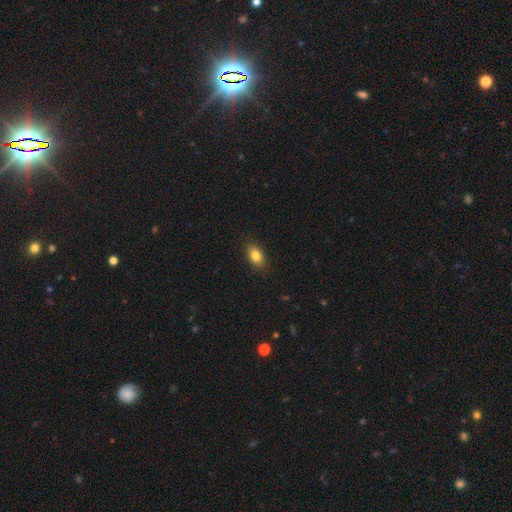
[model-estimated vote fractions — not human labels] Q: Smooth or featured?
A: smooth (82%); runner-up: featured or disk (9%)
Q: How rounded?
A: in between (84%); runner-up: round (13%)
Q: Merging?
A: none (86%); runner-up: minor disturbance (11%)